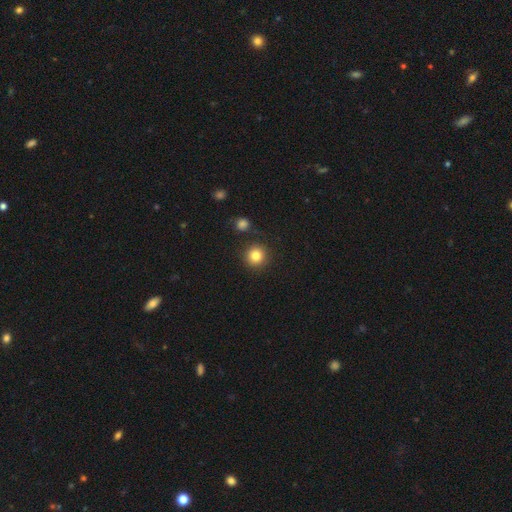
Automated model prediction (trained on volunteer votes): smooth-or-featured: smooth: 83% | star or artifact: 11% | featured or disk: 6%
  how-rounded: round: 94% | in between: 5% | cigar-shaped: 1%
  merging: none: 86% | minor disturbance: 7% | merger: 4% | major disturbance: 3%